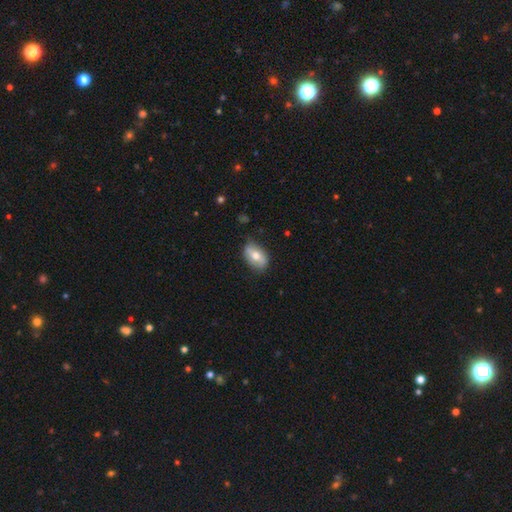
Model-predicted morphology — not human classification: Overall: smooth (58%; featured or disk 36%). How rounded: in between (87%). Merging: none (74%).